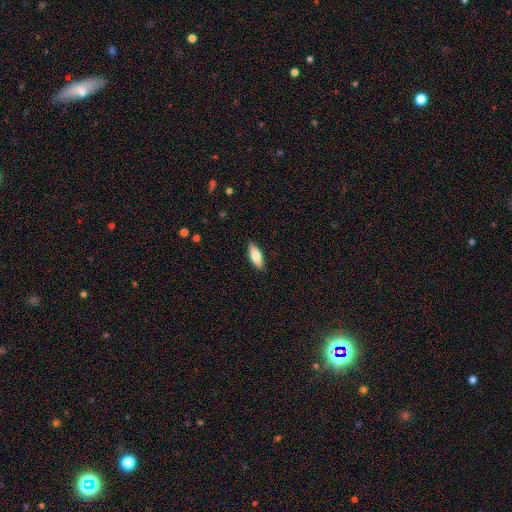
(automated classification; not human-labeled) Overall: smooth (77%). How rounded: in between (72%). Merging: none (88%).